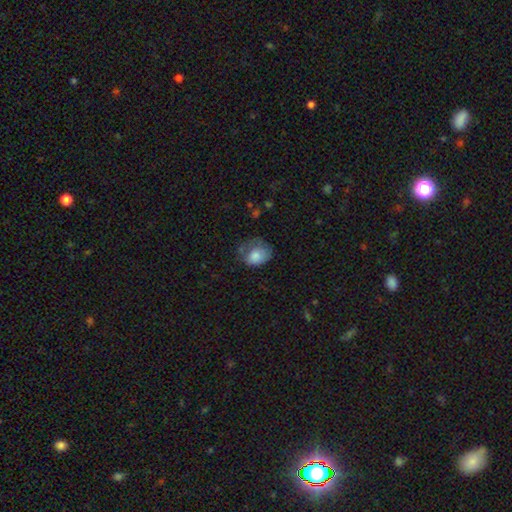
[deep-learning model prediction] Overall: smooth (74%). How rounded: in between (57%; round 42%). Merging: none (36%; minor disturbance 32%).